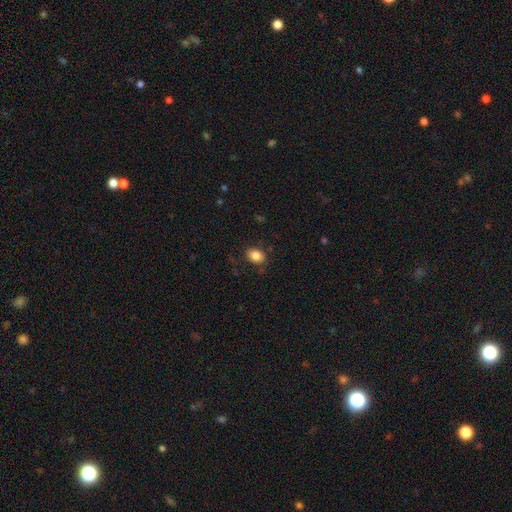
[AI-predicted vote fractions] Smooth or featured? Predicted: smooth (p=0.85). How rounded? Predicted: in between (p=0.66). Merging? Predicted: none (p=0.82).